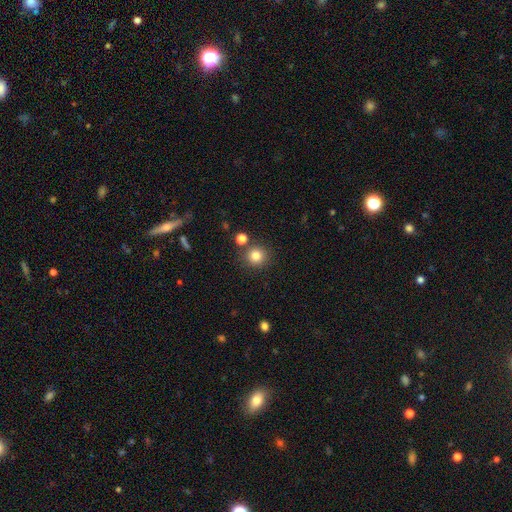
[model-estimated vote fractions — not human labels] Smooth or featured: smooth — 82% (star or artifact — 12%)
How rounded: round — 92% (in between — 7%)
Merging: none — 82% (merger — 8%)